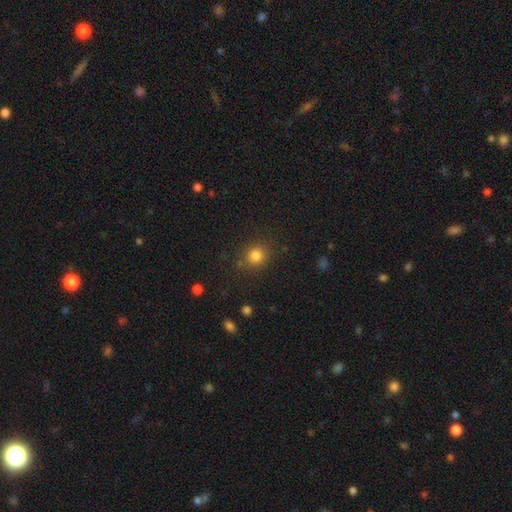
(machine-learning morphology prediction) smooth 83%, star or artifact 12%, featured or disk 5%. Down the decision tree: how rounded — round (87%); merging — none (85%).